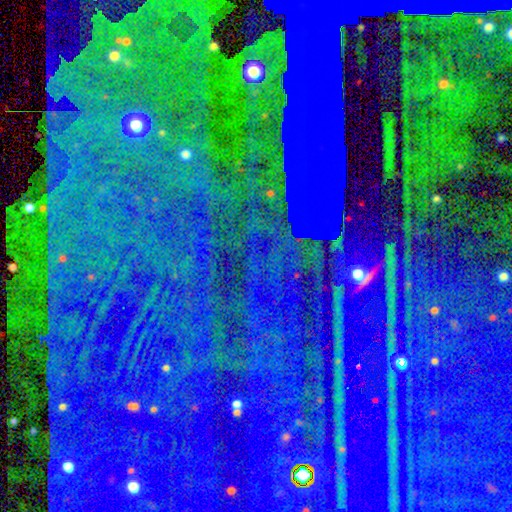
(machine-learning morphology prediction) Smooth or featured: star or artifact — 84% (smooth — 9%)